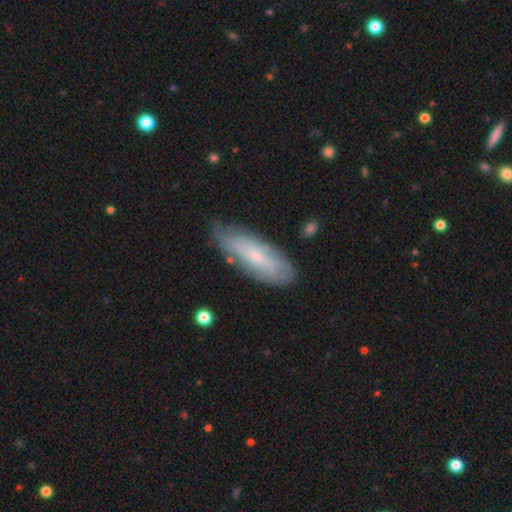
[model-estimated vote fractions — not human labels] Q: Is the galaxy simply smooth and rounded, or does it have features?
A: smooth — 48%.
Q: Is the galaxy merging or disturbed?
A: none — 69%.